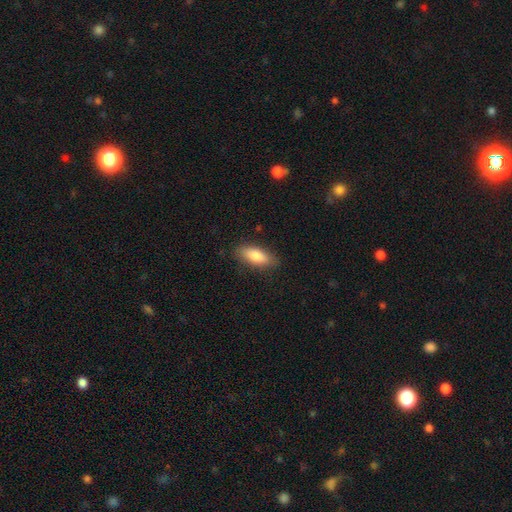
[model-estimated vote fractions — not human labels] This appears to be a smooth galaxy with no disk features (82%) that is in between round and cigar-shaped (69%). Merging: none (84%).